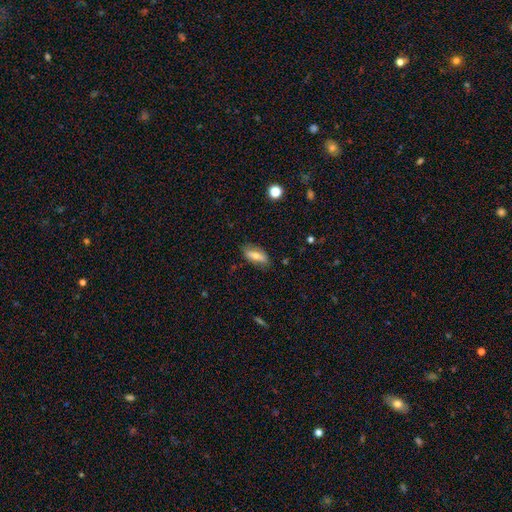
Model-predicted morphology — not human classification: This is possibly a smooth galaxy (60%). How rounded: likely in between (77%). Merging: likely none (79%).